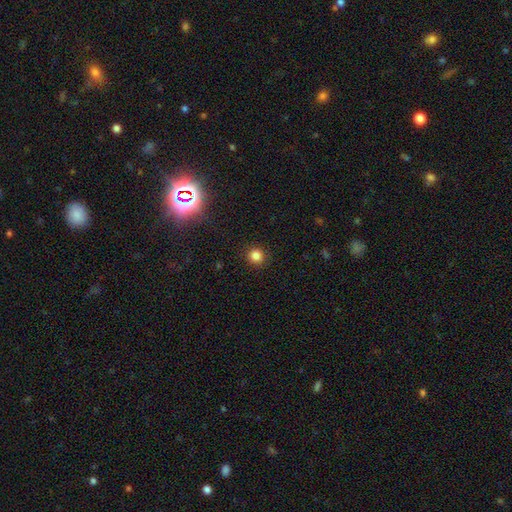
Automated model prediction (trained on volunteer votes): A smooth galaxy with no disk features (83%) that is round (93%).

Vote fractions:
- Smooth or featured? smooth: 83% / star or artifact: 13% / featured or disk: 4%
- How rounded? round: 93% / in between: 6% / cigar-shaped: 1%
- Merging? none: 91% / minor disturbance: 5% / major disturbance: 2% / merger: 1%